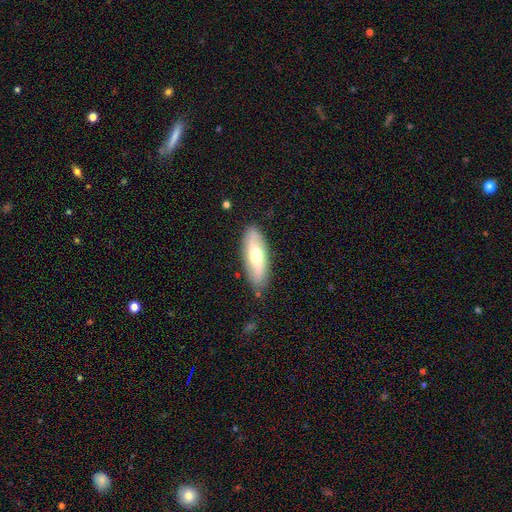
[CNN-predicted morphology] Overall: featured or disk (52%; smooth 42%). Edge-on disk: no (71%). Merging: none (83%).